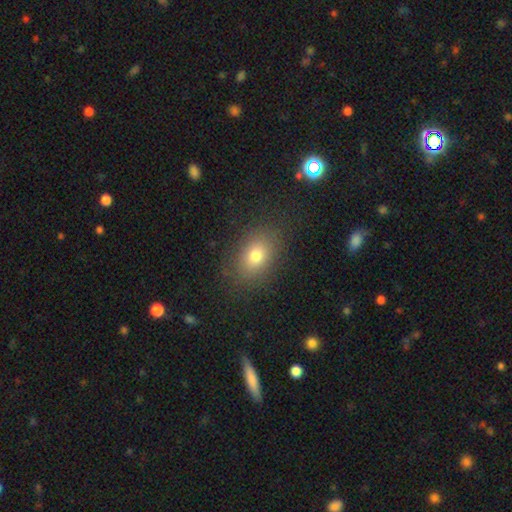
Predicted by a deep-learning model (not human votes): Smooth or featured: smooth — 76% (featured or disk — 12%)
How rounded: in between — 77% (round — 22%)
Merging: none — 83% (minor disturbance — 11%)